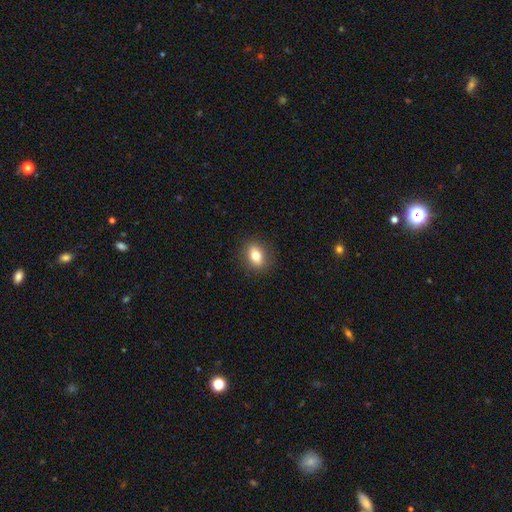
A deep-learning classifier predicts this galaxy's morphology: Smooth or featured?
  - smooth: 79% *
  - featured or disk: 12%
  - star or artifact: 9%
How rounded?
  - in between: 65% *
  - round: 32%
  - cigar-shaped: 2%
Merging?
  - none: 88% *
  - minor disturbance: 9%
  - major disturbance: 2%
  - merger: 1%